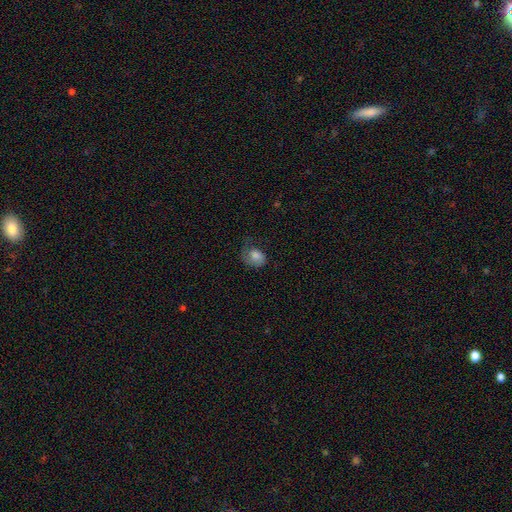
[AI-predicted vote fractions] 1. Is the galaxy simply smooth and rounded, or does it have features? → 64% smooth, 27% featured or disk, 9% star or artifact.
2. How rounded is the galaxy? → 61% in between, 38% round, 1% cigar-shaped.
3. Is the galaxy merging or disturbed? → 37% none, 35% major disturbance, 26% minor disturbance, 2% merger.